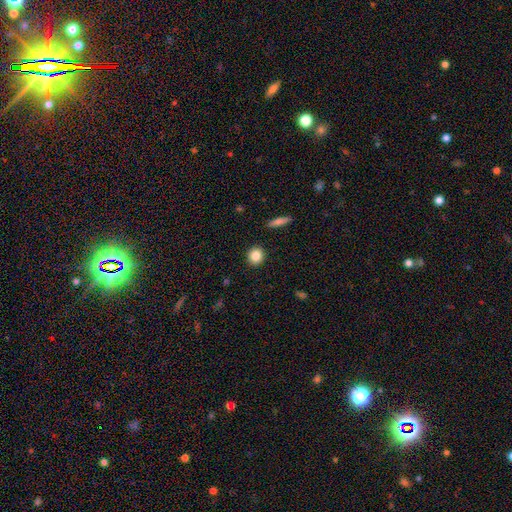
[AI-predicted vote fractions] The model was most divided on "how rounded": round: 79%, in between: 19%, cigar-shaped: 1%. More confident: merging — none (91%); smooth or featured — smooth (85%).